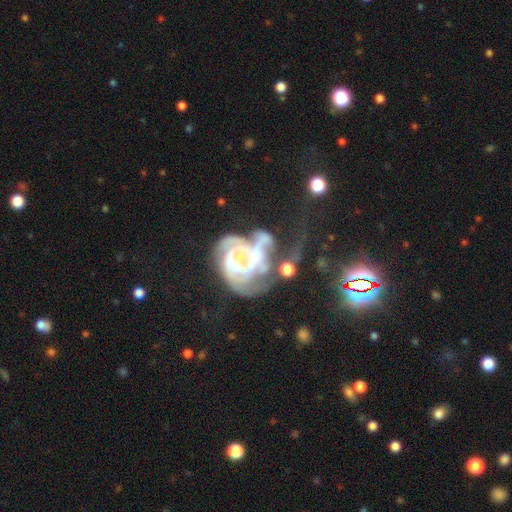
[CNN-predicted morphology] featured or disk 77%, smooth 14%, star or artifact 9%. Down the decision tree: edge-on disk — no (98%); bar — no (77%); spiral arms — yes (67%); spiral arm count — can't tell (45%); spiral winding — tight (47%); bulge size — small (46%); merging — merger (41%).